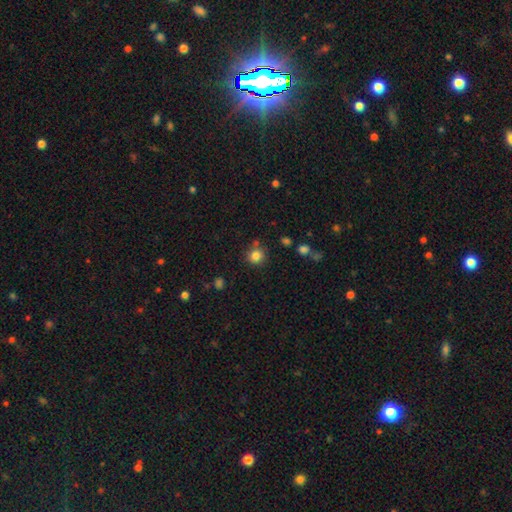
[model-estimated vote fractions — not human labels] A smooth galaxy with no disk features (82%) that is round (90%).

Vote fractions:
- Smooth or featured? smooth: 82% / star or artifact: 12% / featured or disk: 6%
- How rounded? round: 90% / in between: 9% / cigar-shaped: 1%
- Merging? none: 77% / minor disturbance: 12% / merger: 8% / major disturbance: 4%